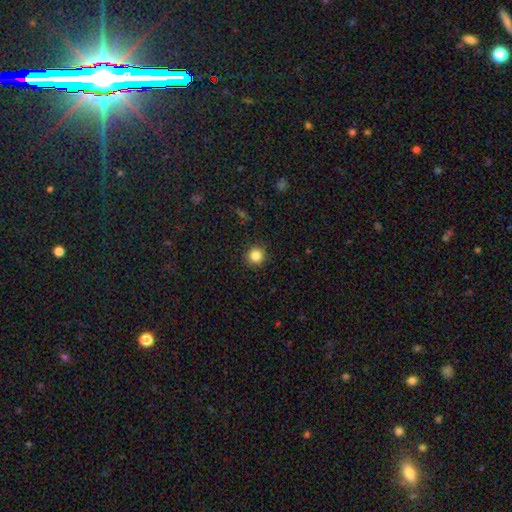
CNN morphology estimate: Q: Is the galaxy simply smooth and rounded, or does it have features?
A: smooth — 84%.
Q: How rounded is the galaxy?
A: round — 95%.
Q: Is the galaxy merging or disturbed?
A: none — 92%.